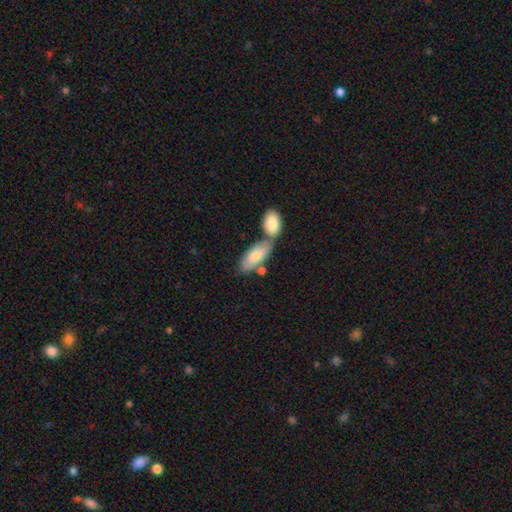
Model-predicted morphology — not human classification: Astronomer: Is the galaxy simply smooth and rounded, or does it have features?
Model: smooth — 77%.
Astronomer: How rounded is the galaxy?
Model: in between — 85%.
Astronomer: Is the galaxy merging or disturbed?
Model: none — 44% (runner-up: merger, 39%).